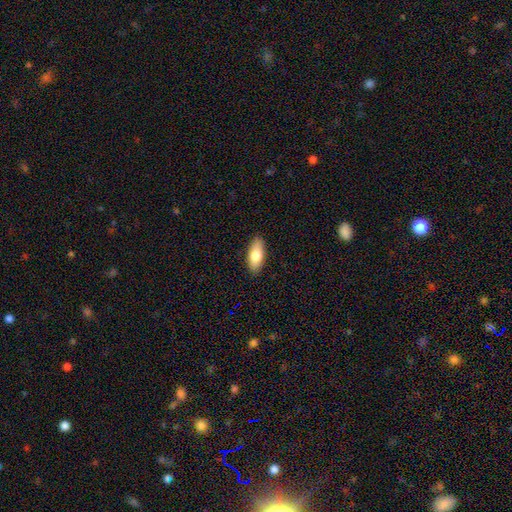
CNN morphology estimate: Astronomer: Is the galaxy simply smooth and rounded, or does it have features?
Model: smooth — 79%.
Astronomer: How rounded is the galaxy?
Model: in between — 84%.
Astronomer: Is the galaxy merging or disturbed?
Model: none — 89%.